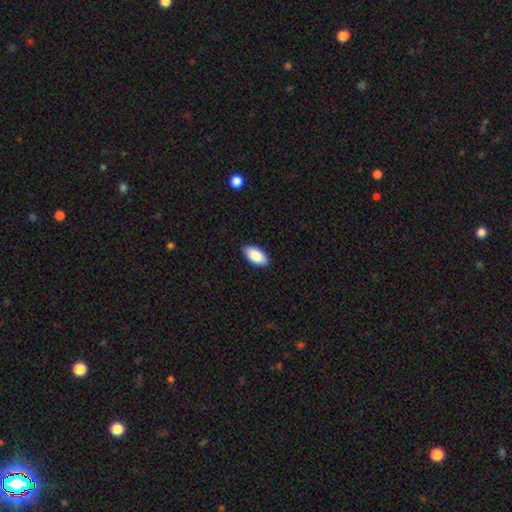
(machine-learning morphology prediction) A smooth galaxy with no disk features (88%) that is in between round and cigar-shaped (94%). Merging: none (88%).